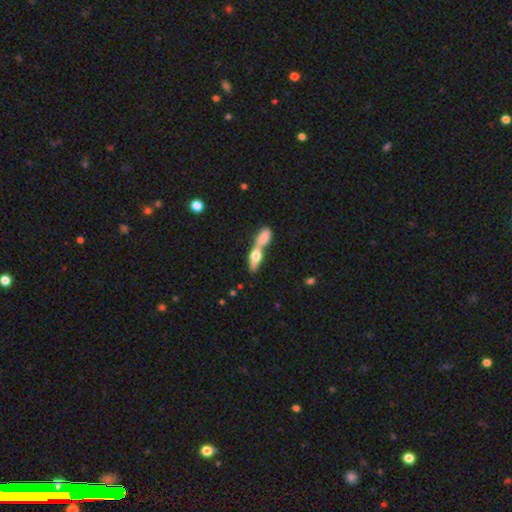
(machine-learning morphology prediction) This is possibly a smooth galaxy (53%). How rounded: possibly cigar-shaped (50%). Merging: likely merger (63%).